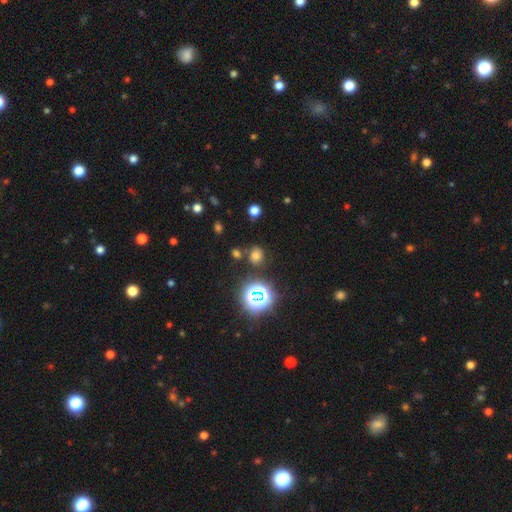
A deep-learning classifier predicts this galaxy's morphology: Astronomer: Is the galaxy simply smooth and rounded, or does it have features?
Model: smooth — 62%.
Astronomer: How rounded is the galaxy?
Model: round — 71%.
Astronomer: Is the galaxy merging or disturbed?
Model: none — 77%.